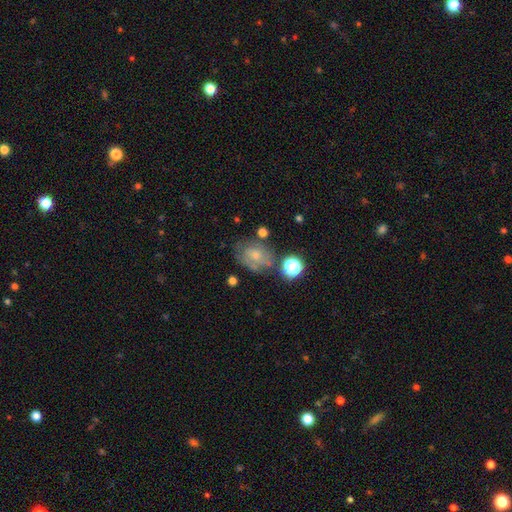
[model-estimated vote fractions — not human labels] This appears to be a smooth galaxy with no disk features (51%) that is in between round and cigar-shaped (49%, tied with round). Merging: none (49%).